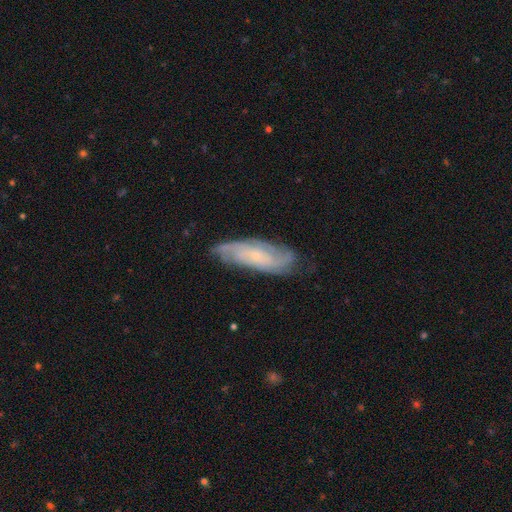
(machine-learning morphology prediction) This appears to be a featured or disk galaxy (77%) with no bar (67%), 2 (33%) tight (53%) spiral arms (95%) and a small central bulge (74%). Merging: none (76%).